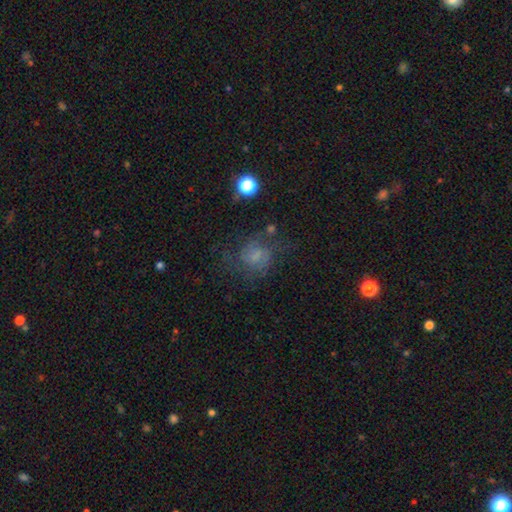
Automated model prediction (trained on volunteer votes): This is possibly a featured or disk galaxy (49%). Merging: possibly none (55%).